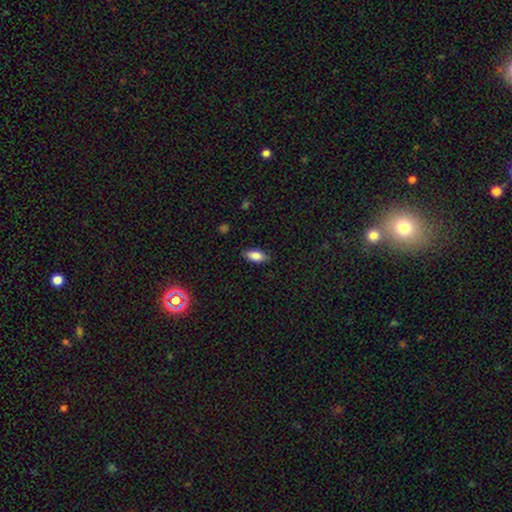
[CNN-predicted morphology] This is clearly a smooth galaxy (84%). How rounded: clearly in between (86%). Merging: clearly none (86%).